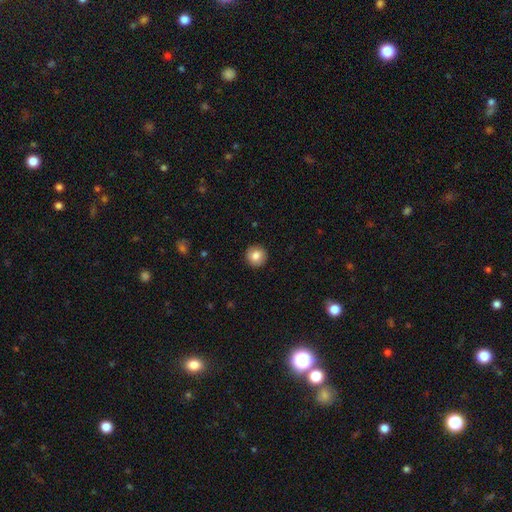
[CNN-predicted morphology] Overall: smooth (83%). How rounded: round (94%). Merging: none (91%).